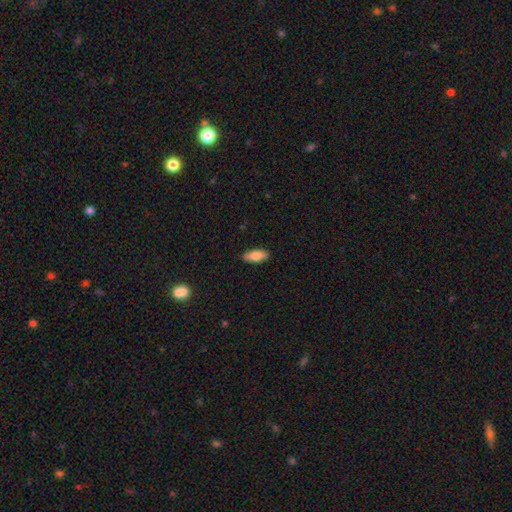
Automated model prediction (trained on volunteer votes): The model was most divided on "smooth or featured": smooth: 82%, featured or disk: 12%, star or artifact: 6%. More confident: merging — none (87%); how rounded — in between (84%).